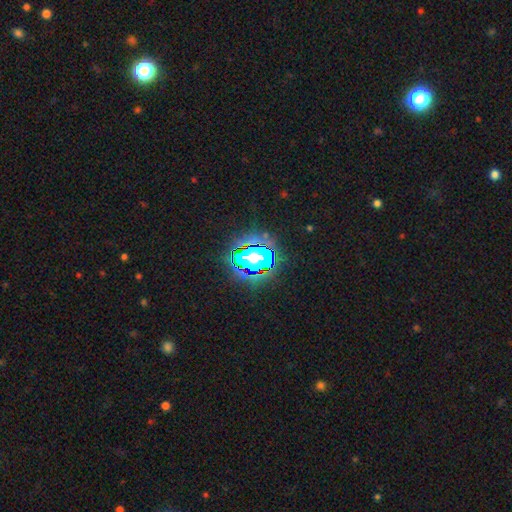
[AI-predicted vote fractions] smooth_or_featured: star or artifact (p=0.69) [alt: smooth p=0.18]